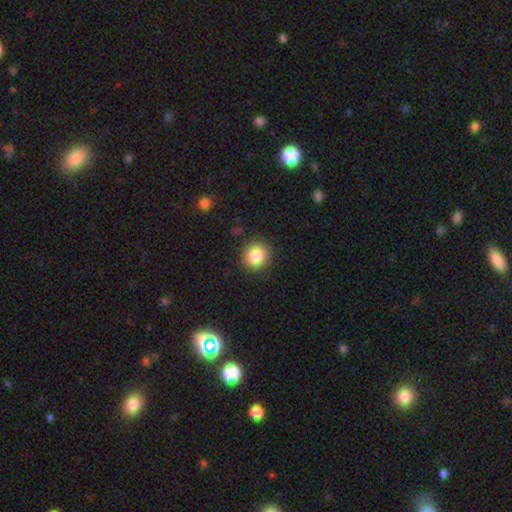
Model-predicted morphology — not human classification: This is clearly a smooth galaxy (86%). How rounded: clearly round (85%). Merging: clearly none (89%).